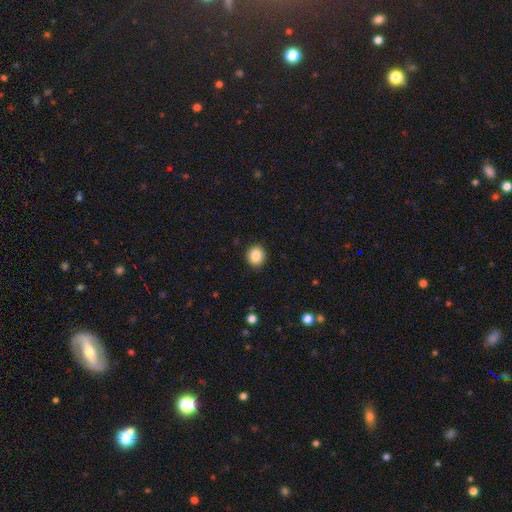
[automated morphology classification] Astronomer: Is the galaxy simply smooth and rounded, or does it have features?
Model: smooth — 86%.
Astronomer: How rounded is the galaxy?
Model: round — 85%.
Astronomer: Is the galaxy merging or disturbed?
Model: none — 90%.